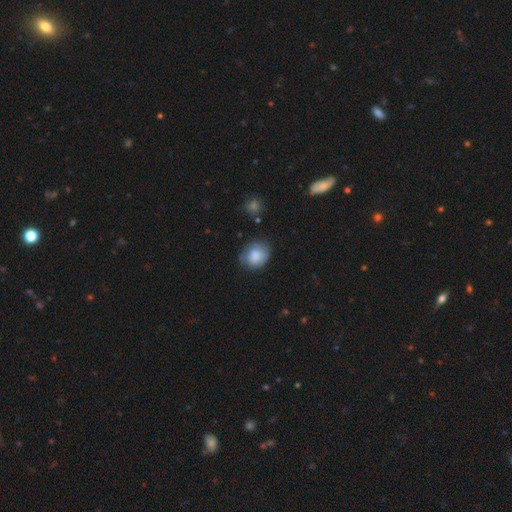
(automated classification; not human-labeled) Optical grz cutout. It shows a smooth galaxy with no disk features (81%) that is round (61%). Merging: none (66%).